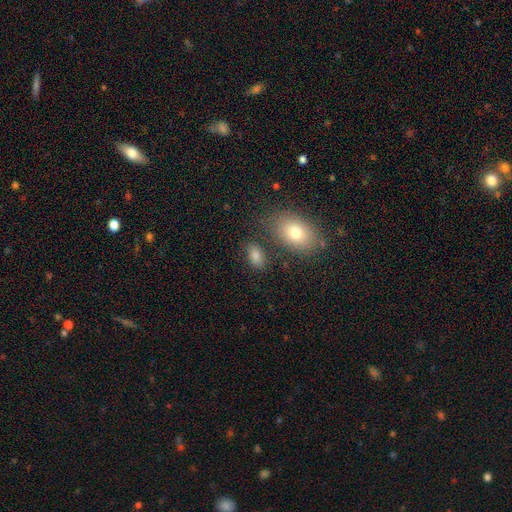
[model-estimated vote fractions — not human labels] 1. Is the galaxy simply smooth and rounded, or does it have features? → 82% smooth, 10% star or artifact, 8% featured or disk.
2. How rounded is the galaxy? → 90% in between, 8% round, 2% cigar-shaped.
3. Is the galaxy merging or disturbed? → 76% none, 13% minor disturbance, 7% merger, 5% major disturbance.